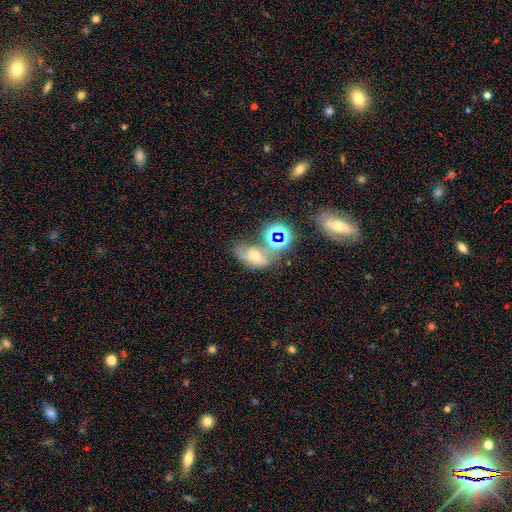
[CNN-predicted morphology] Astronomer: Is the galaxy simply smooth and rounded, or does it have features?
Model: featured or disk — 39% (runner-up: star or artifact, 32%).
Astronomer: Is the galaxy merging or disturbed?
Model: none — 39% (runner-up: merger, 24%).